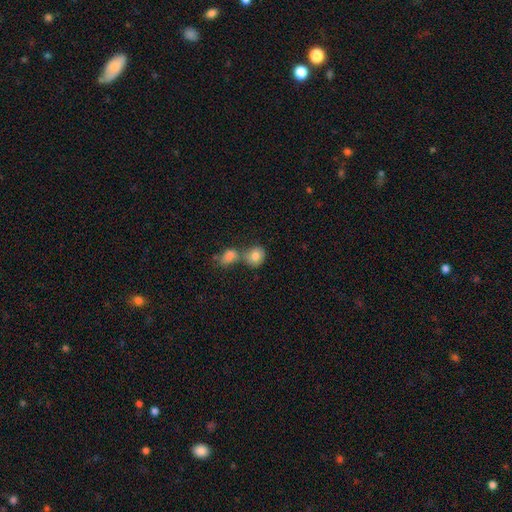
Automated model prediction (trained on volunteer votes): A smooth galaxy with no disk features (82%) that is round (67%). Merging: none (45%).